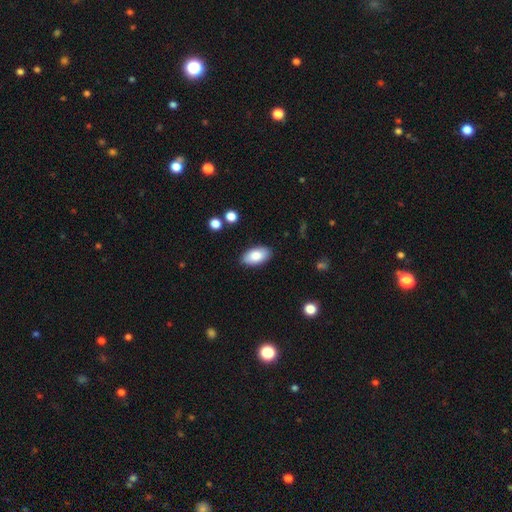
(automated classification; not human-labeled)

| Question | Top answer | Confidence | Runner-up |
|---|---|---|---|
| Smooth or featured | smooth | 83% | featured or disk (11%) |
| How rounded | in between | 94% | round (3%) |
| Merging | none | 87% | minor disturbance (9%) |